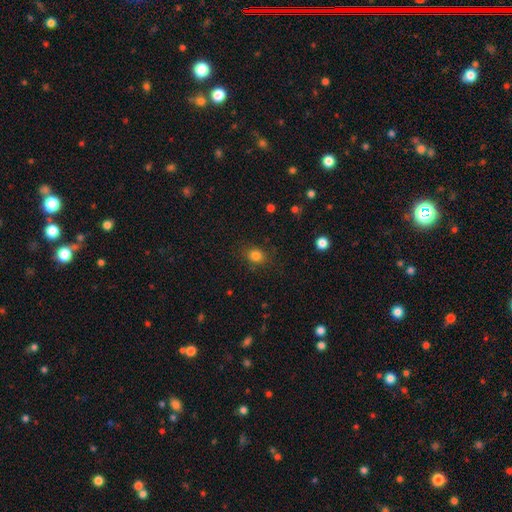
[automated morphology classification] smooth 82%, star or artifact 13%, featured or disk 6%. Down the decision tree: how rounded — round (60%); merging — none (82%).